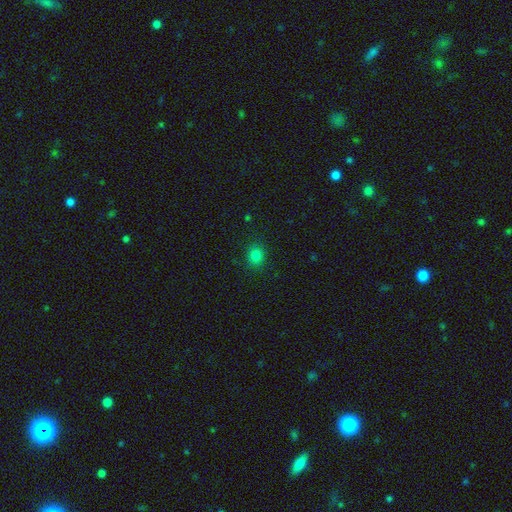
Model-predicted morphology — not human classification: Smooth or featured? Predicted: smooth (p=0.81). How rounded? Predicted: round (p=0.68). Merging? Predicted: none (p=0.87).